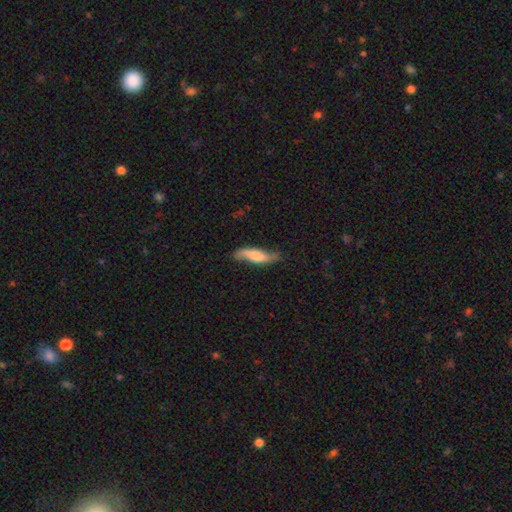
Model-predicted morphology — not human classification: A featured or disk galaxy (47%, tied with smooth).

Vote fractions:
- Smooth or featured? featured or disk: 47% (tied) / smooth: 47% (tied) / star or artifact: 6%
- Merging? none: 66% / minor disturbance: 25% / major disturbance: 7% / merger: 2%